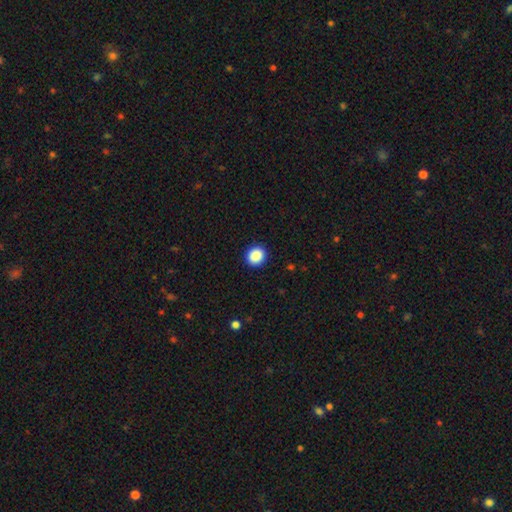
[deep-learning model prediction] The model was most divided on "how rounded": round: 85%, in between: 14%, cigar-shaped: 1%. More confident: merging — none (92%); smooth or featured — smooth (89%).